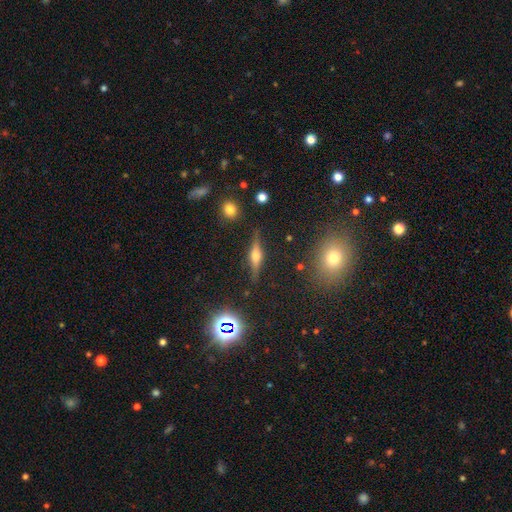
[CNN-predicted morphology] type=featured or disk (71%); edge-on=yes (96%); edge-on bulge=rounded (90%); merging=none (86%).